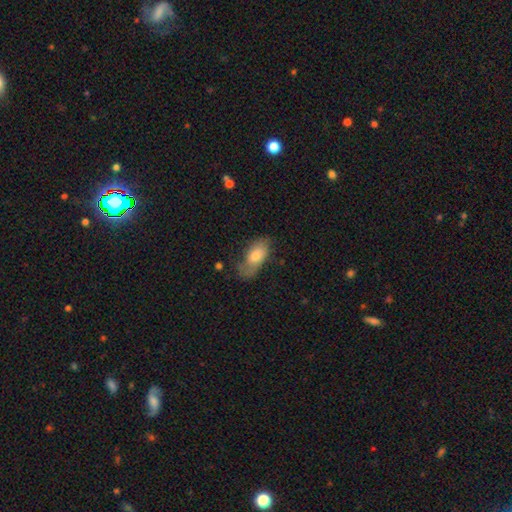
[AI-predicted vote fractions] Q: Smooth or featured?
A: smooth (65%); runner-up: featured or disk (28%)
Q: How rounded?
A: in between (88%); runner-up: cigar-shaped (7%)
Q: Merging?
A: none (50%); runner-up: minor disturbance (29%)